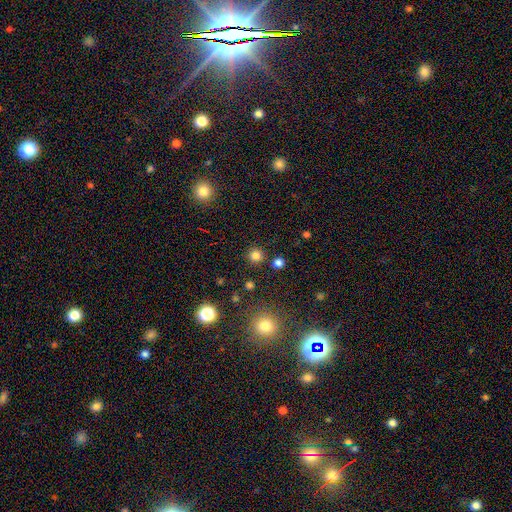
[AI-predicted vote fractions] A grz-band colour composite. It shows a smooth galaxy with no disk features (80%) that is round (94%). Merging: none (89%).